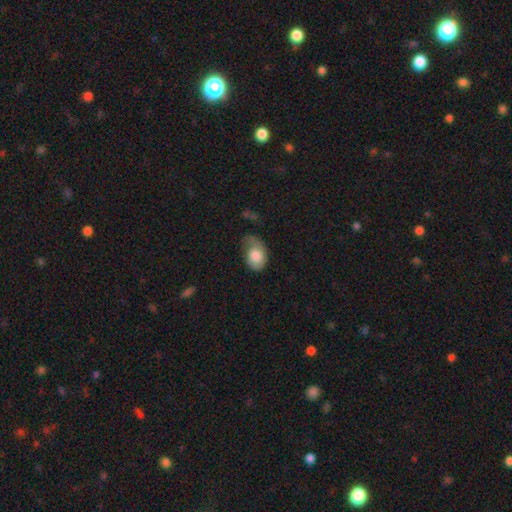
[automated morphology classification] smooth_or_featured: smooth (p=0.68) [alt: featured or disk p=0.25]
how_rounded: in between (p=0.81) [alt: round p=0.17]
merging: major disturbance (p=0.34) [alt: minor disturbance p=0.33]